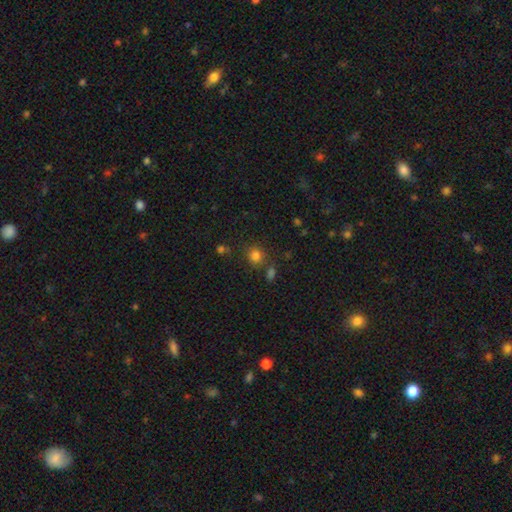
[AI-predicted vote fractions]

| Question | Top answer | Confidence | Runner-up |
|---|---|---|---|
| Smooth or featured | smooth | 80% | star or artifact (15%) |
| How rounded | round | 79% | in between (20%) |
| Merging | none | 74% | minor disturbance (12%) |